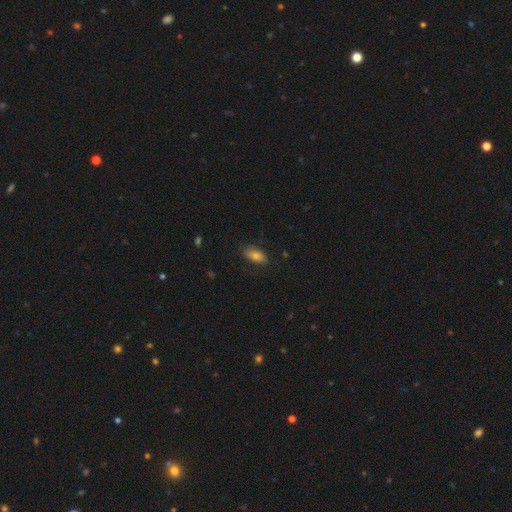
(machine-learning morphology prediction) smooth 73%, featured or disk 16%, star or artifact 11%. Down the decision tree: how rounded — in between (87%); merging — none (78%).